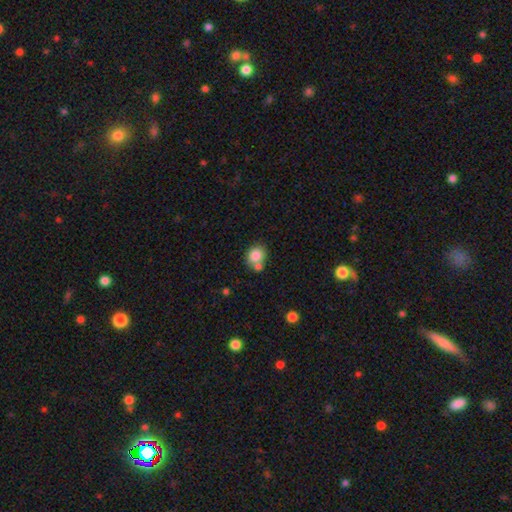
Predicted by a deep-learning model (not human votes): The model was most divided on "merging": none: 56%, merger: 29%, minor disturbance: 12%, major disturbance: 4%. More confident: smooth or featured — smooth (83%); how rounded — round (66%).